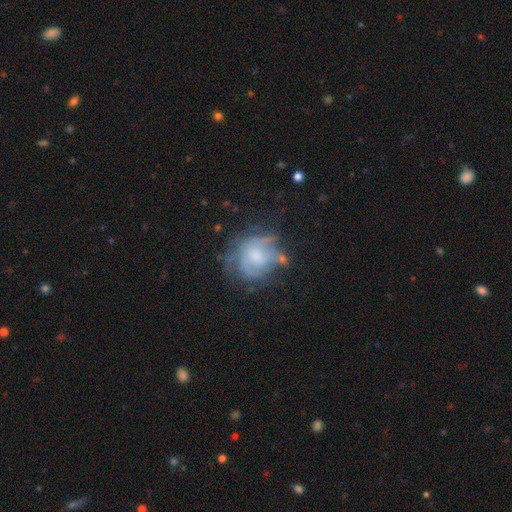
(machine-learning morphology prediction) smooth-or-featured: featured or disk: 55% | smooth: 35% | star or artifact: 10%
  disk-edge-on: no: 97% | yes: 3%
    bar: no: 71% | weak: 24% | strong: 4%
    has-spiral-arms: yes: 54% | no: 46%
    bulge-size: moderate: 41% | small: 33% | none: 15% | large: 10% | dominant: 2%
  merging: none: 42% | minor disturbance: 26% | major disturbance: 25% | merger: 6%